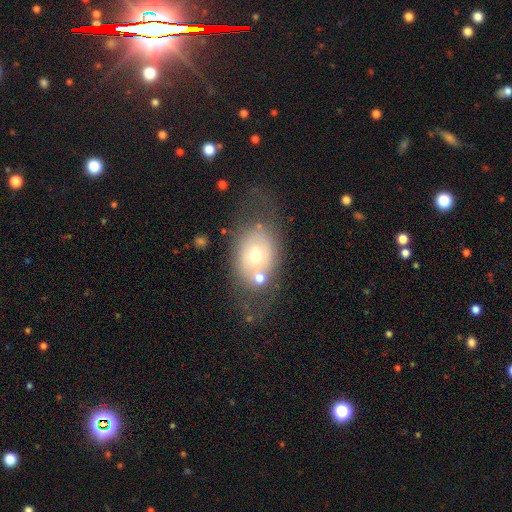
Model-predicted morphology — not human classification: smooth_or_featured: smooth (p=0.50) [alt: featured or disk p=0.39]
merging: none (p=0.50) [alt: minor disturbance p=0.21]